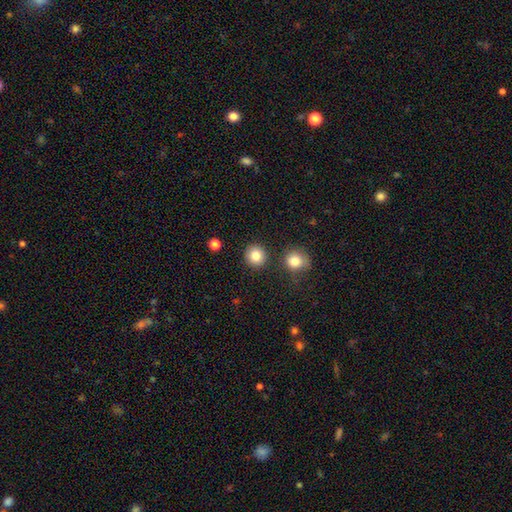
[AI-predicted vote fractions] Smooth or featured? Predicted: smooth (p=0.84). How rounded? Predicted: round (p=0.93). Merging? Predicted: none (p=0.88).